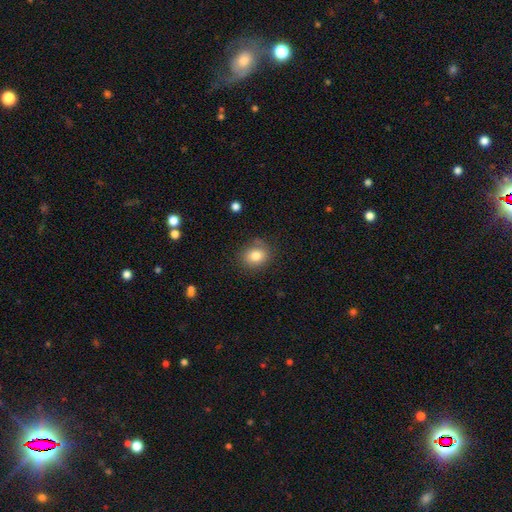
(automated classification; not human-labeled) This appears to be a smooth galaxy with no disk features (81%) that is round (63%). Merging: none (80%).